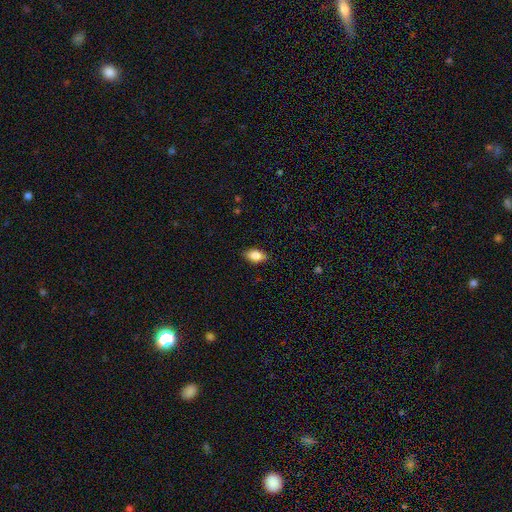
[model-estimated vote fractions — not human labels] Smooth or featured? Predicted: smooth (p=0.84). How rounded? Predicted: in between (p=0.90). Merging? Predicted: none (p=0.86).